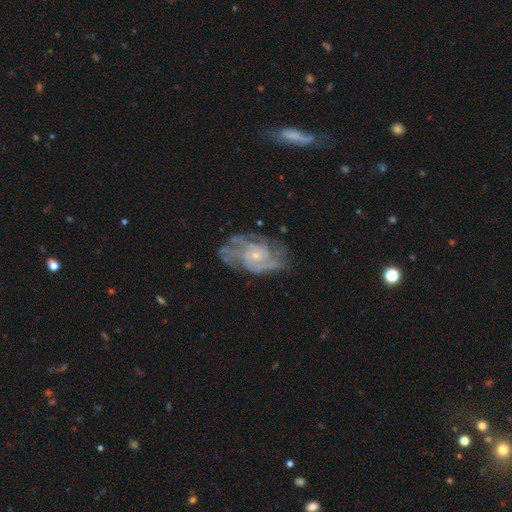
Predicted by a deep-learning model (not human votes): Morphology: type=featured or disk (87%); edge-on=no (97%); bar=no (72%); spiral arms=yes (95%); winding=tight (49%); arm count=can't tell (25%); bulge=small (71%); merging=none (65%).